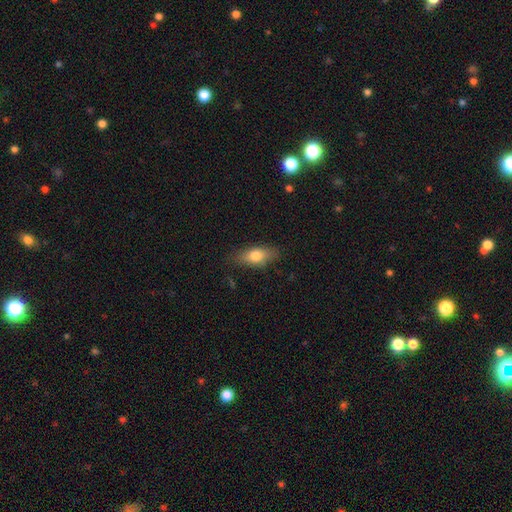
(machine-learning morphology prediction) Overall: smooth (75%). How rounded: in between (77%). Merging: none (80%).